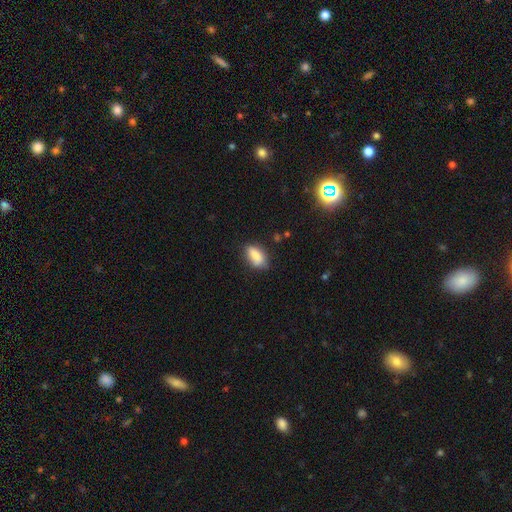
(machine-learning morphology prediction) A smooth galaxy with no disk features (84%) that is in between round and cigar-shaped (84%).

Vote fractions:
- Smooth or featured? smooth: 84% / featured or disk: 8% / star or artifact: 8%
- How rounded? in between: 84% / cigar-shaped: 11% / round: 4%
- Merging? none: 70% / minor disturbance: 23% / major disturbance: 5% / merger: 3%